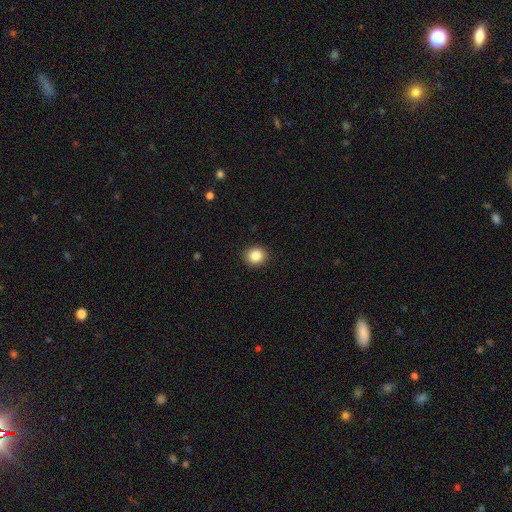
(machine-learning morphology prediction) smooth 85%, star or artifact 10%, featured or disk 5%. Down the decision tree: how rounded — round (83%); merging — none (91%).